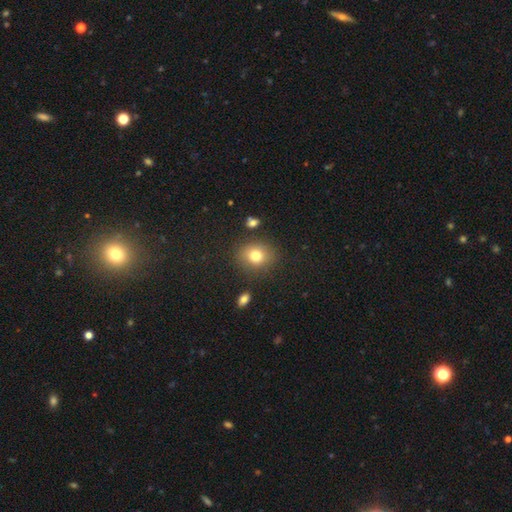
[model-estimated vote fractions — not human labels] A smooth galaxy with no disk features (79%) that is round (69%).

Vote fractions:
- Smooth or featured? smooth: 79% / star or artifact: 12% / featured or disk: 10%
- How rounded? round: 69% / in between: 30% / cigar-shaped: 1%
- Merging? none: 83% / minor disturbance: 11% / merger: 4% / major disturbance: 3%